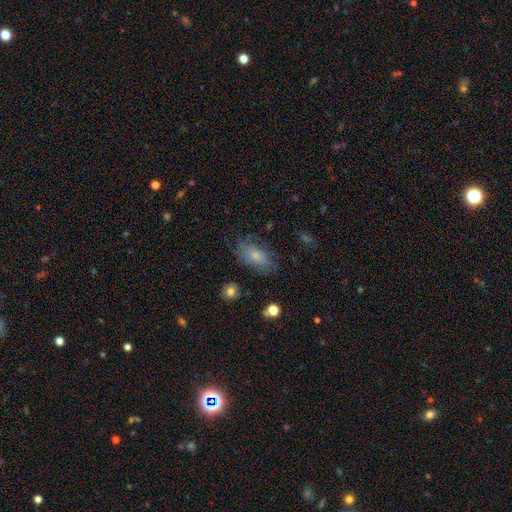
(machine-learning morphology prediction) Smooth or featured?
  - smooth: 60% *
  - featured or disk: 30%
  - star or artifact: 10%
How rounded?
  - in between: 88% *
  - round: 9%
  - cigar-shaped: 4%
Merging?
  - none: 64% *
  - minor disturbance: 23%
  - major disturbance: 11%
  - merger: 2%